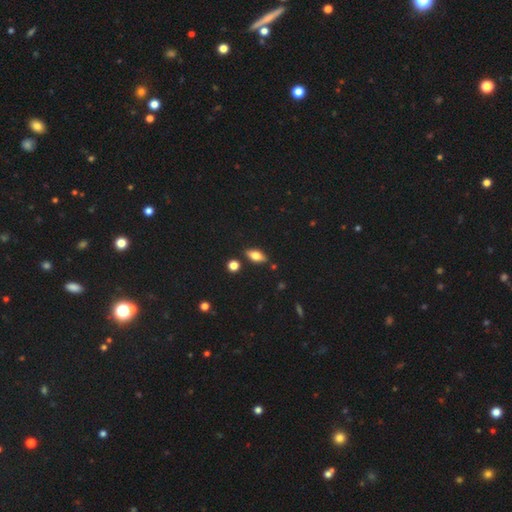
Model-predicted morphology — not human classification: Smooth or featured: smooth — 66% (featured or disk — 25%)
How rounded: in between — 82% (cigar-shaped — 13%)
Merging: none — 82% (minor disturbance — 11%)